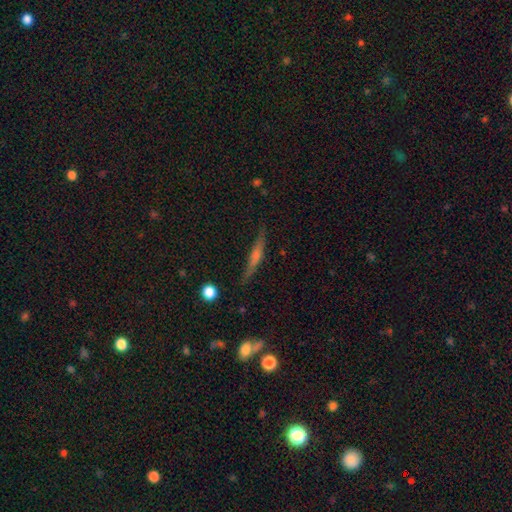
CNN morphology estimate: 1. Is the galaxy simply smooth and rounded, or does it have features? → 59% featured or disk, 31% smooth, 9% star or artifact.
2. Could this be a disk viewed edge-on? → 96% yes, 4% no.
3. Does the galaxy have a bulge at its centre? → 58% rounded, 27% none, 15% boxy.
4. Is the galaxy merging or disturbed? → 85% none, 11% minor disturbance, 3% major disturbance, 2% merger.